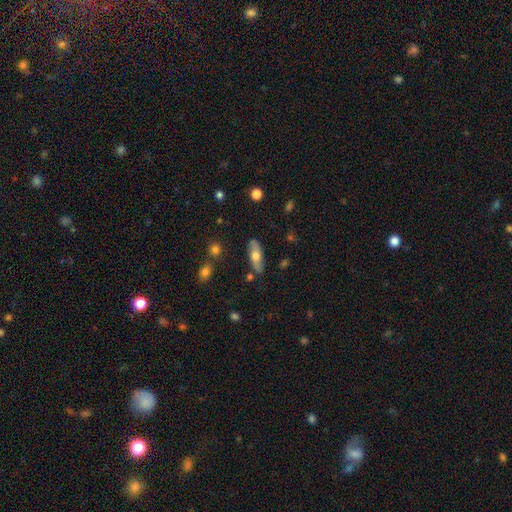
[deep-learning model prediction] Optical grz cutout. It shows a smooth galaxy with no disk features (54%) that is in between round and cigar-shaped (63%). Merging: none (81%).